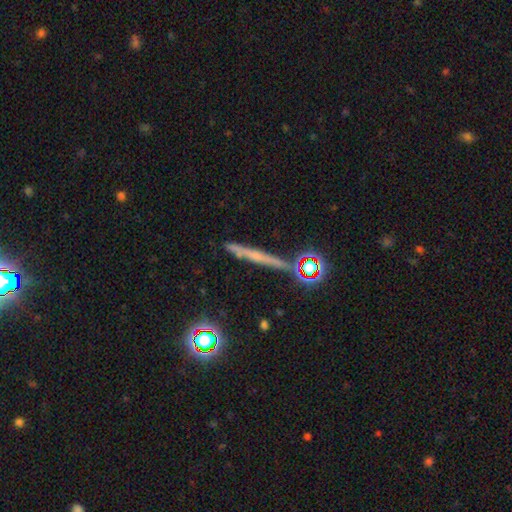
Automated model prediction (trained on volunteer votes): Morphology: type=featured or disk (43%); merging=none (81%).